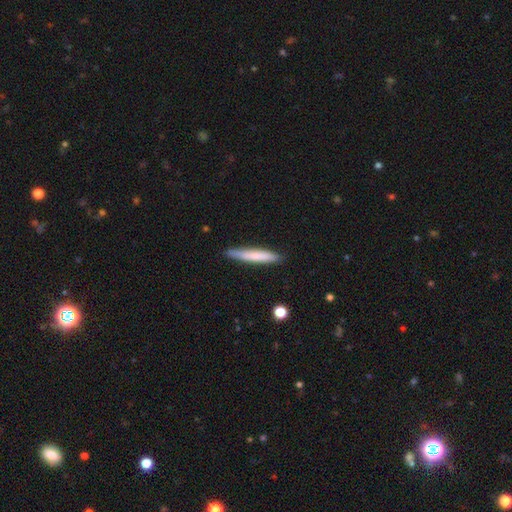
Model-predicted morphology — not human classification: A smooth galaxy with no disk features (69%) that is cigar-shaped (94%). Merging: none (86%).